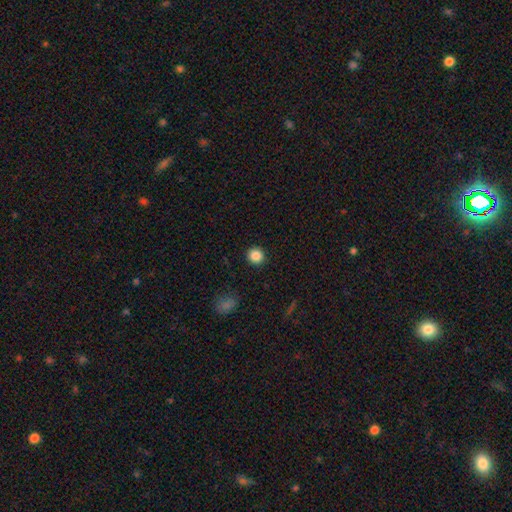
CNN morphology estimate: type=smooth (86%); roundness=round (92%); merging=none (92%).